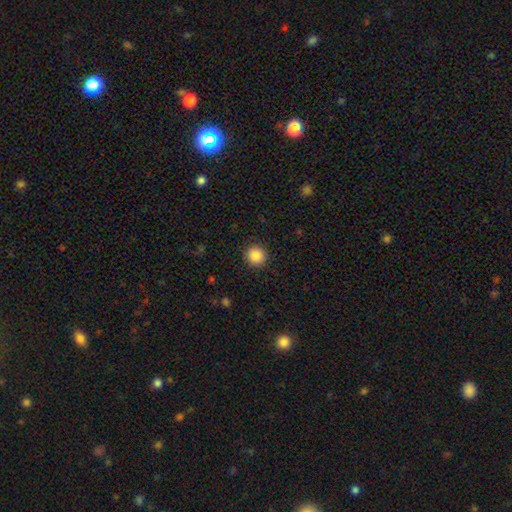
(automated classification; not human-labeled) The model was most divided on "smooth or featured": smooth: 87%, star or artifact: 10%, featured or disk: 3%. More confident: how rounded — round (94%); merging — none (92%).